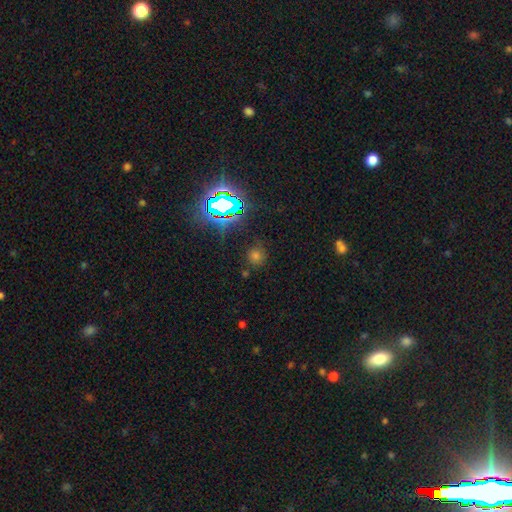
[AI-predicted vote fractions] Overall: smooth (51%; star or artifact 41%). How rounded: round (87%). Merging: none (82%).